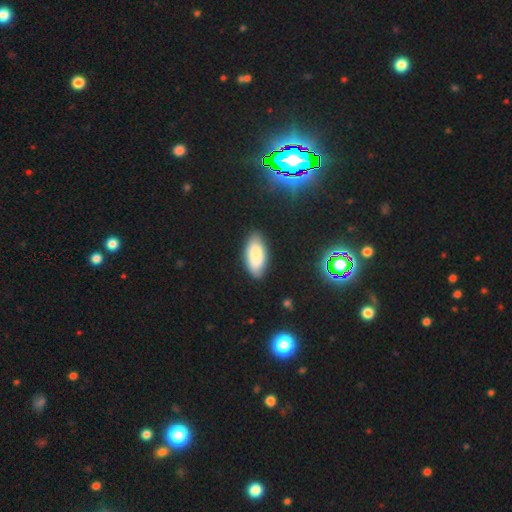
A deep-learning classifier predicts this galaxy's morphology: A smooth galaxy with no disk features (84%) that is in between round and cigar-shaped (88%). Merging: none (84%).